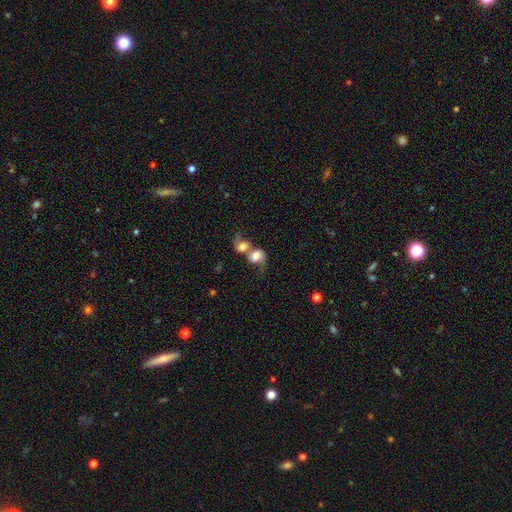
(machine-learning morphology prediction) The model was most divided on "how rounded": round: 54%, in between: 45%, cigar-shaped: 2%. More confident: merging — merger (79%); smooth or featured — smooth (55%).